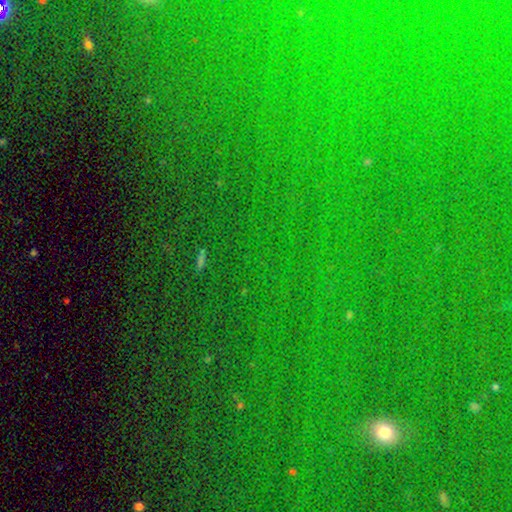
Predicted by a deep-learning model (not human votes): Smooth or featured? star or artifact (79%)